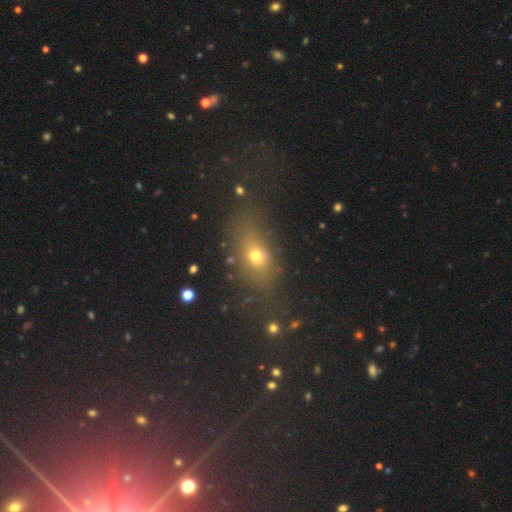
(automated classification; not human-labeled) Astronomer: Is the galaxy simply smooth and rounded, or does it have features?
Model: smooth — 64%.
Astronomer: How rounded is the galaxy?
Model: in between — 63%.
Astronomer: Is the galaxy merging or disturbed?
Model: none — 72%.